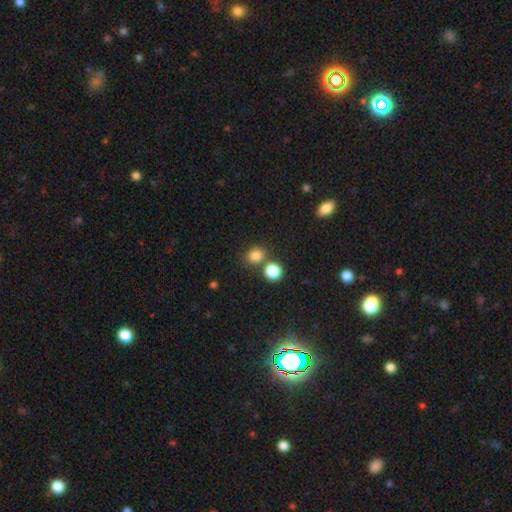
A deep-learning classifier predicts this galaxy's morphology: type=smooth (82%); roundness=round (72%); merging=none (68%).